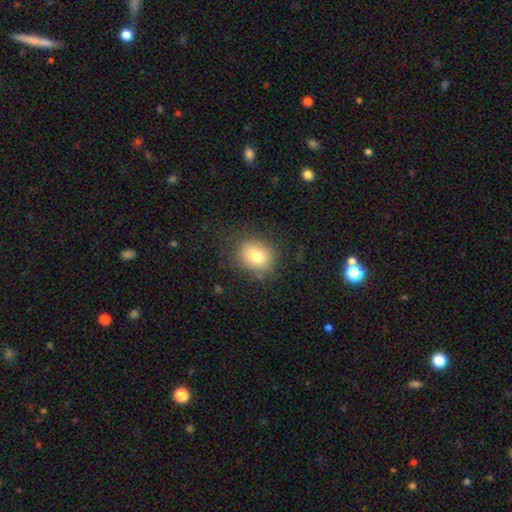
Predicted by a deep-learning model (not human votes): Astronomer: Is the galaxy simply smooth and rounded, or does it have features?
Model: smooth — 77%.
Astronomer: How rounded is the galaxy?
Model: round — 68%.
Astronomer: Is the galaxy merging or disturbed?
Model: none — 80%.